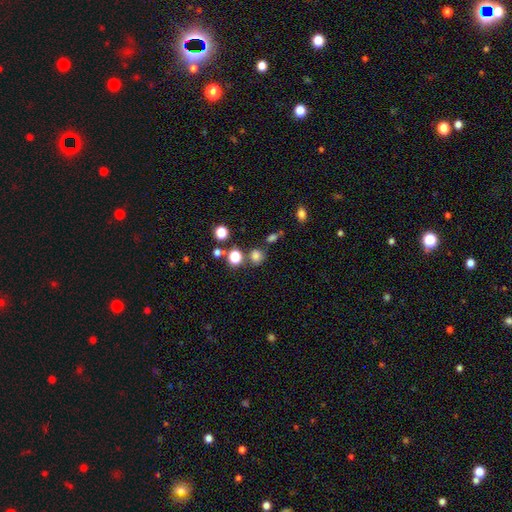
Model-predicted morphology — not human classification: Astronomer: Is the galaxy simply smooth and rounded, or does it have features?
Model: smooth — 76%.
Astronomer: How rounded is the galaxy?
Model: round — 84%.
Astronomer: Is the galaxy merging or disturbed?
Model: none — 74%.